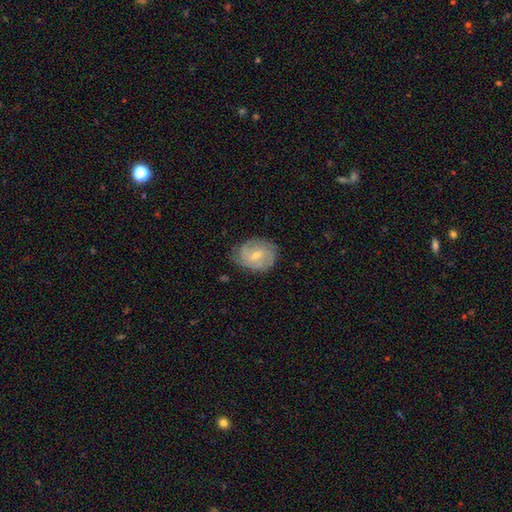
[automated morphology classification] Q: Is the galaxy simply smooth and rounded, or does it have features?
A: featured or disk — 68%.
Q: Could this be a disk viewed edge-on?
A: no — 97%.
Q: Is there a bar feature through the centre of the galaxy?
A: weak — 59%.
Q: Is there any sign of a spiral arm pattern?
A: yes — 88%.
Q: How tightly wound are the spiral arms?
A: tight — 46%.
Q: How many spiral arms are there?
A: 2 — 38%.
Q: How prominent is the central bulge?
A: small — 56%.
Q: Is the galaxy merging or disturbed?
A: none — 71%.